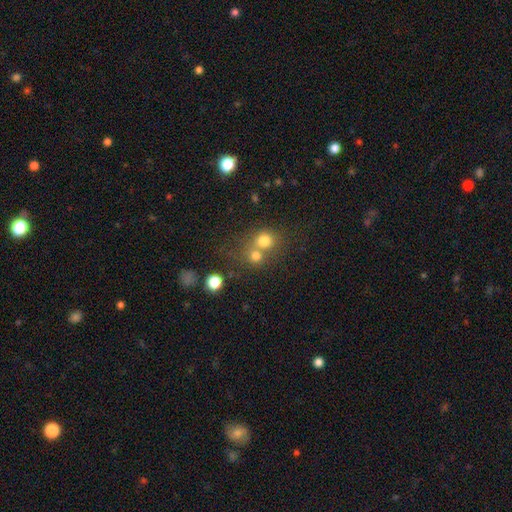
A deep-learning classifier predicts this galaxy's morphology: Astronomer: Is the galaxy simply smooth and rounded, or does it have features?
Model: smooth — 74%.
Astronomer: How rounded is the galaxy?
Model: round — 84%.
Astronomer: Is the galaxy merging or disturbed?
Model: merger — 46% (runner-up: none, 44%).